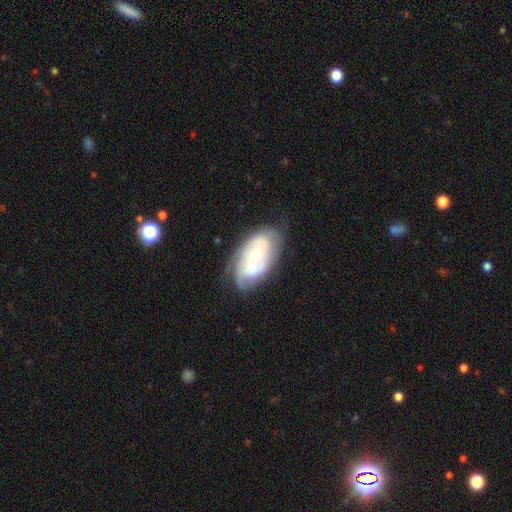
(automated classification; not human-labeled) Morphology: type=featured or disk (75%); edge-on=no (95%); bar=no (58%); spiral arms=yes (87%); winding=tight (60%); arm count=can't tell (38%); bulge=moderate (60%); merging=none (66%).